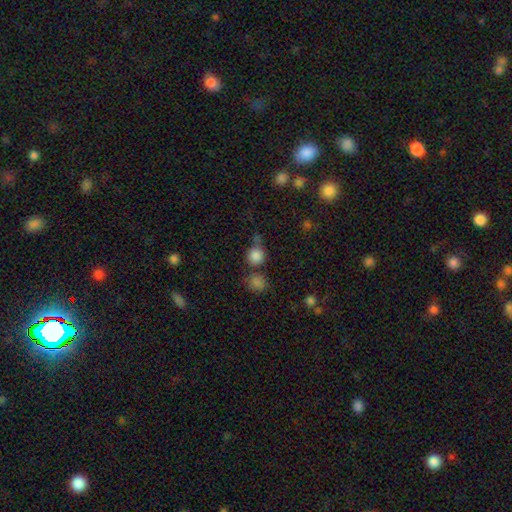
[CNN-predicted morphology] smooth-or-featured: smooth: 83% | star or artifact: 12% | featured or disk: 5%
  how-rounded: round: 89% | in between: 10% | cigar-shaped: 1%
  merging: none: 59% | merger: 22% | minor disturbance: 14% | major disturbance: 6%